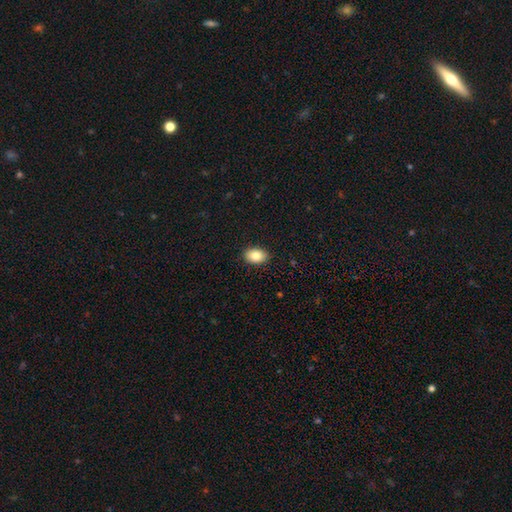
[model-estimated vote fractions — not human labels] Smooth or featured? smooth (85%)
How rounded? in between (85%)
Merging? none (90%)